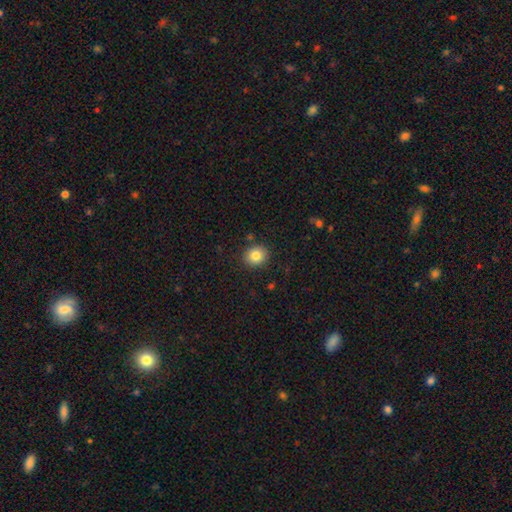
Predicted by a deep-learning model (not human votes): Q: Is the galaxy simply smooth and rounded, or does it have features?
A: smooth — 83%.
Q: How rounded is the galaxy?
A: round — 75%.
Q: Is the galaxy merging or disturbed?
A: none — 88%.